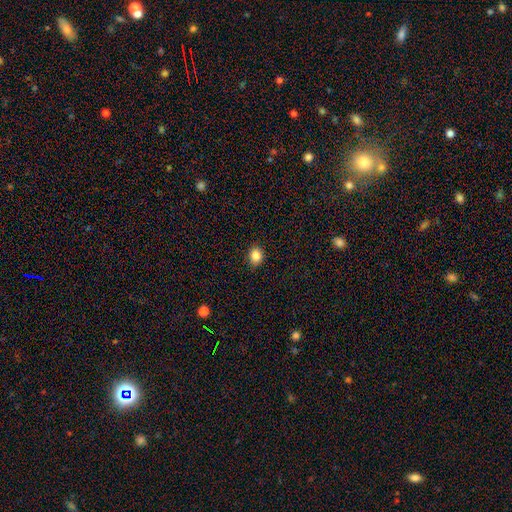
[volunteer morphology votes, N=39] A smooth galaxy with no disk features (90%) that is round (57%). Merging: none (84%).